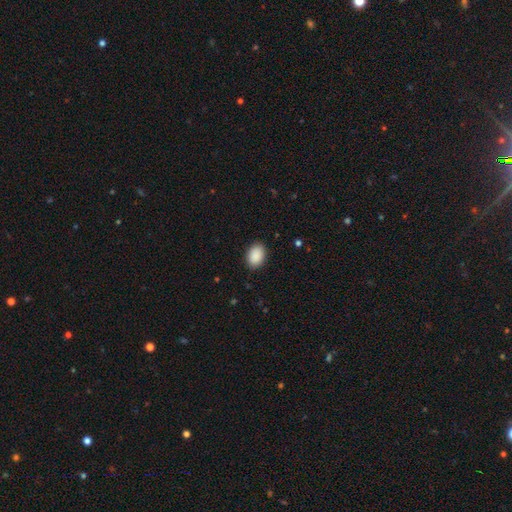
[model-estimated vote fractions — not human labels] This is clearly a smooth galaxy (91%). How rounded: clearly in between (82%). Merging: clearly none (88%).